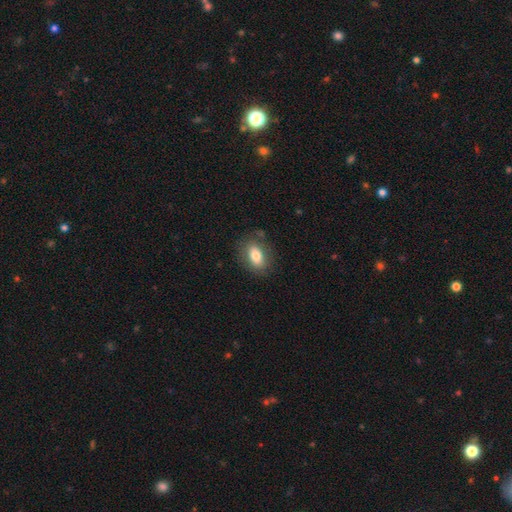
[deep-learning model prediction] A smooth galaxy with no disk features (76%) that is in between round and cigar-shaped (85%). Merging: none (80%).